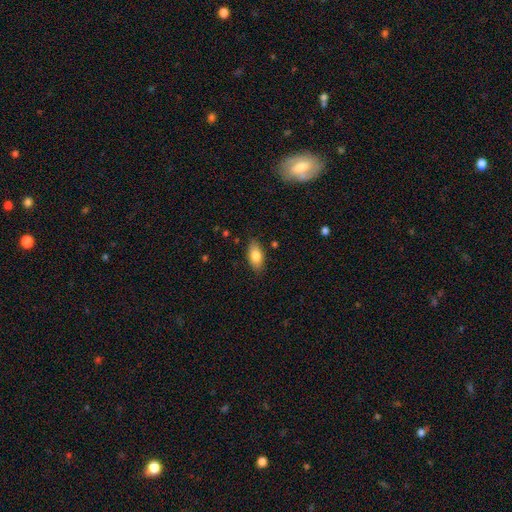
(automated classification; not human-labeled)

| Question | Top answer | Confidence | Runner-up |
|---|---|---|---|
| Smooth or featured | smooth | 82% | featured or disk (11%) |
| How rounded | in between | 91% | cigar-shaped (6%) |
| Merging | none | 84% | minor disturbance (12%) |